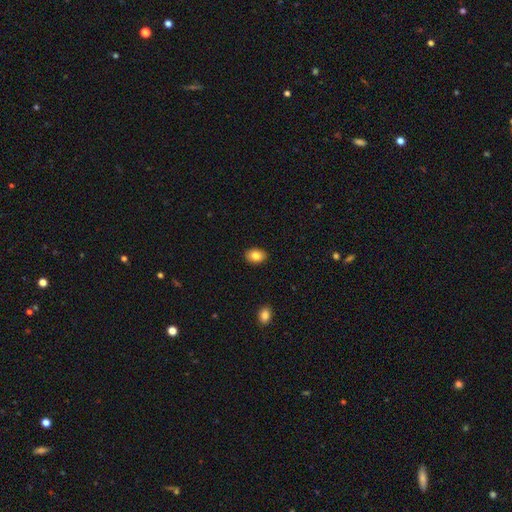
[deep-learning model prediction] This is clearly a smooth galaxy (84%). How rounded: likely in between (76%). Merging: clearly none (90%).